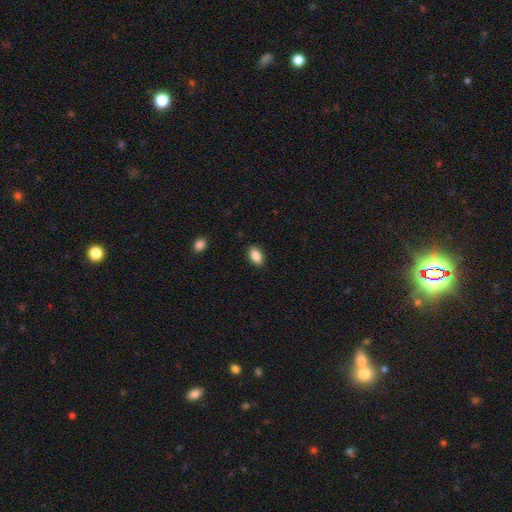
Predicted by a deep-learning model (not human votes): This is clearly a smooth galaxy (88%). How rounded: clearly in between (91%). Merging: clearly none (89%).